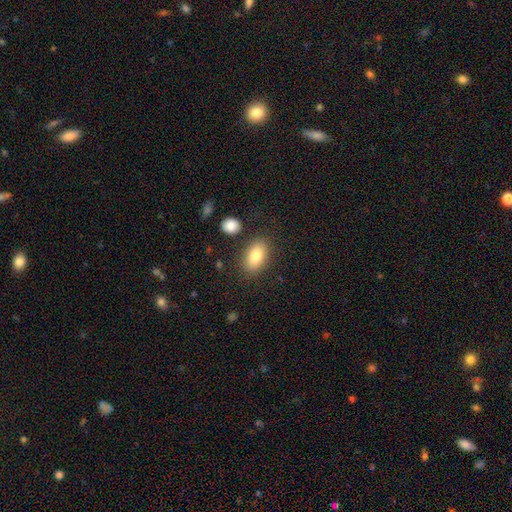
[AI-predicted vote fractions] Q: Smooth or featured?
A: smooth (82%); runner-up: featured or disk (11%)
Q: How rounded?
A: in between (90%); runner-up: round (8%)
Q: Merging?
A: none (82%); runner-up: minor disturbance (11%)